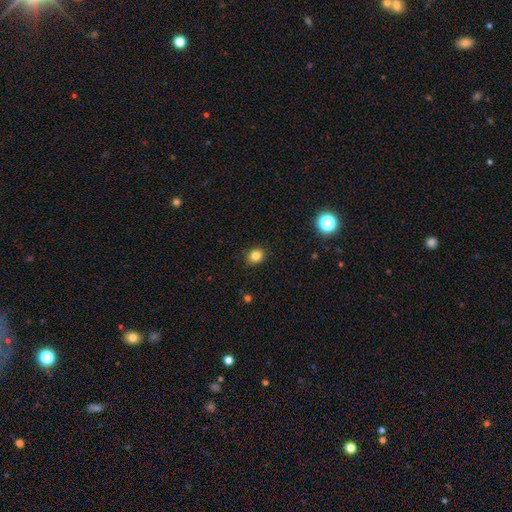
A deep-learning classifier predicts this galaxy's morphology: This is clearly a smooth galaxy (82%). How rounded: likely round (71%). Merging: clearly none (90%).